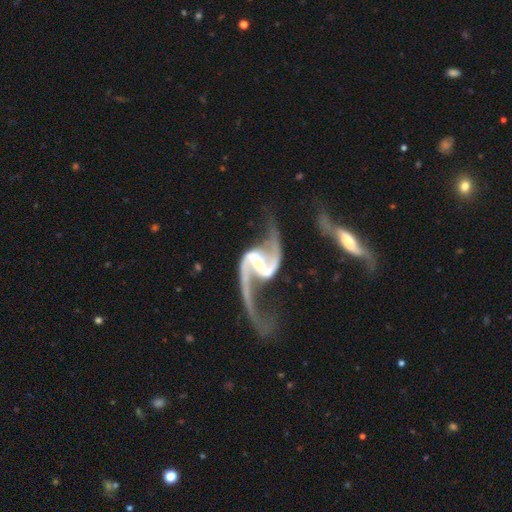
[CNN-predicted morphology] A featured or disk galaxy (94%) with a strong bar (54%), 2 (94%) loose (78%) spiral arms (98%) and a small central bulge (63%). Merging: none (57%).